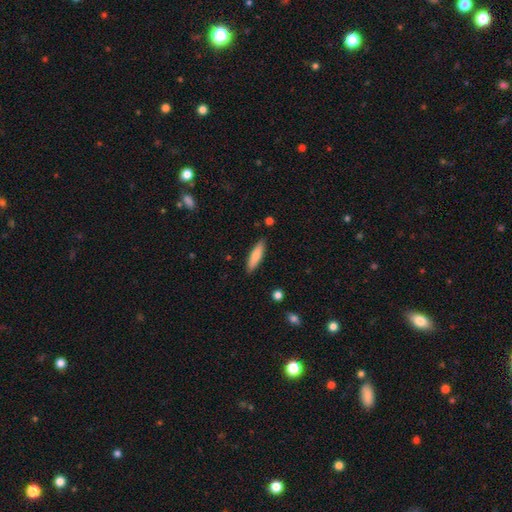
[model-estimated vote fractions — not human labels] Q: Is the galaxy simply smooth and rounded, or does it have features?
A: smooth — 78%.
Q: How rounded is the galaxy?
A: cigar-shaped — 73%.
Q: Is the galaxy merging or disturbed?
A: none — 88%.